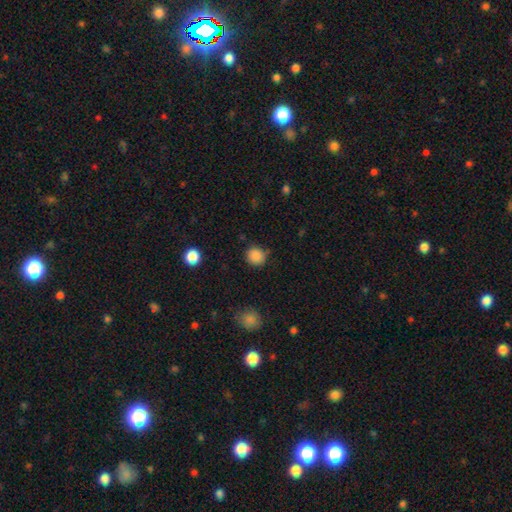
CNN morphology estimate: Q: Smooth or featured?
A: smooth (86%); runner-up: star or artifact (11%)
Q: How rounded?
A: round (89%); runner-up: in between (10%)
Q: Merging?
A: none (82%); runner-up: minor disturbance (12%)